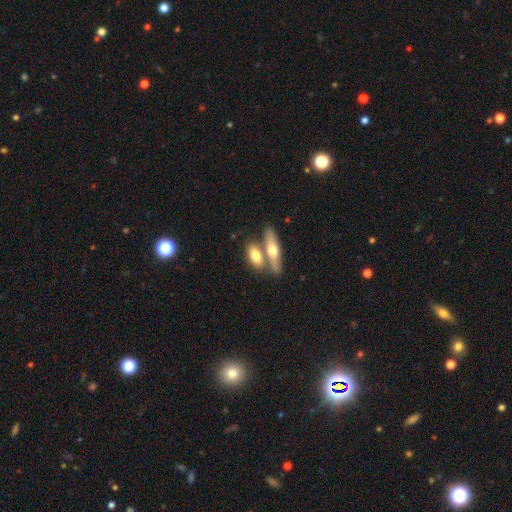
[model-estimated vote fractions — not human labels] smooth_or_featured: smooth (p=0.67) [alt: featured or disk p=0.28]
how_rounded: in between (p=0.71) [alt: cigar-shaped p=0.24]
merging: merger (p=0.45) [alt: none p=0.43]